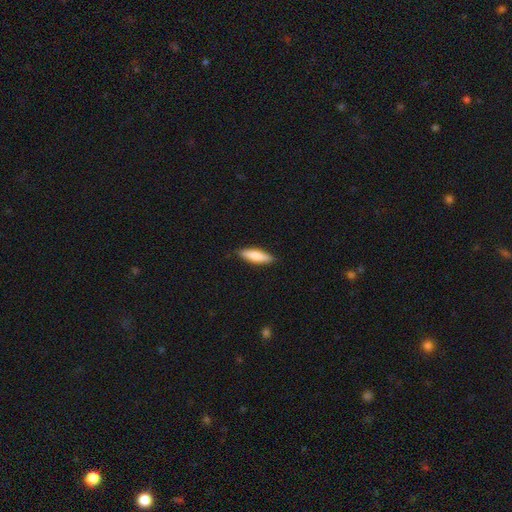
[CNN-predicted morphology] Smooth or featured: smooth — 80% (featured or disk — 15%)
How rounded: cigar-shaped — 59% (in between — 39%)
Merging: none — 87% (minor disturbance — 10%)